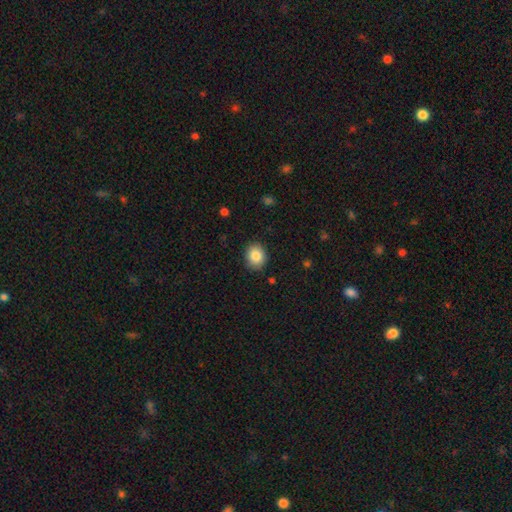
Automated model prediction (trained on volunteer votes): Overall: smooth (85%). How rounded: round (62%; in between 37%). Merging: none (88%).